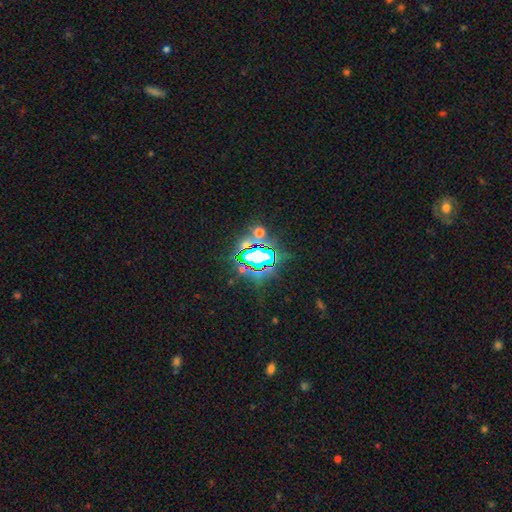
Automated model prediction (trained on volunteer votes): Q: Smooth or featured?
A: star or artifact (74%); runner-up: smooth (16%)